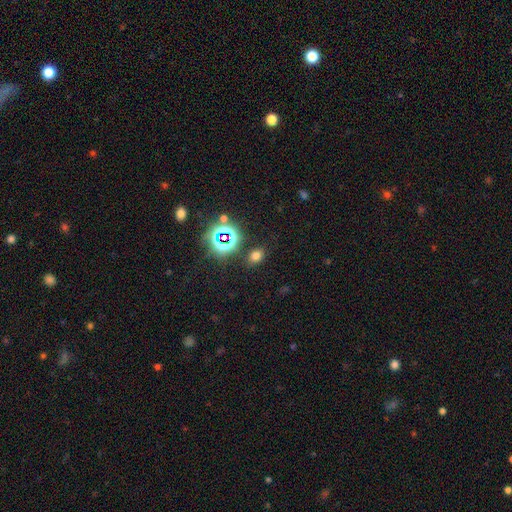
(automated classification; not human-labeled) smooth_or_featured: smooth (p=0.65) [alt: star or artifact p=0.28]
how_rounded: in between (p=0.64) [alt: round p=0.34]
merging: none (p=0.84) [alt: minor disturbance p=0.10]